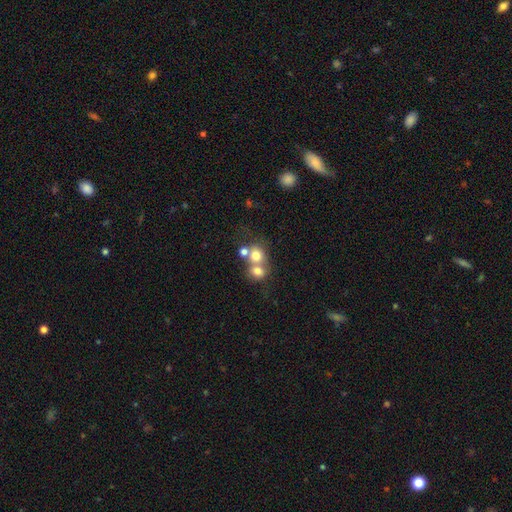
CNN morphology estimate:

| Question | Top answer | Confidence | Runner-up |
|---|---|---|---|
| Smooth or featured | smooth | 71% | featured or disk (16%) |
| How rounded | round | 76% | in between (23%) |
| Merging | merger | 56% | none (33%) |